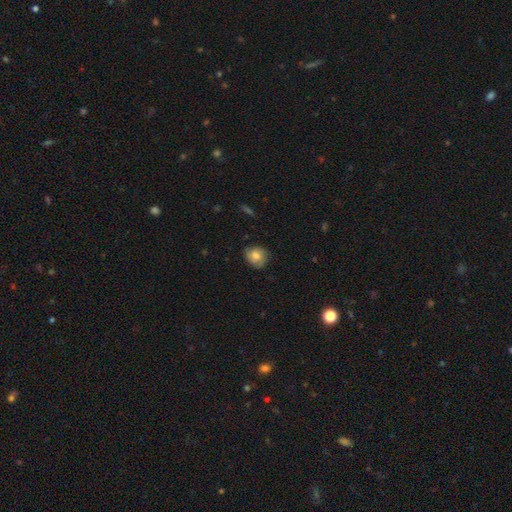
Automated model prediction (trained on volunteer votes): The model was most divided on "smooth or featured": smooth: 71%, featured or disk: 21%, star or artifact: 8%. More confident: how rounded — round (75%); merging — none (73%).